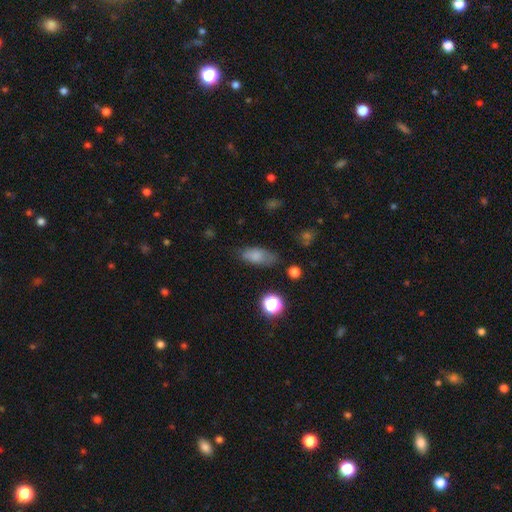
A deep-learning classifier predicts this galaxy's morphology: A smooth galaxy with no disk features (78%) that is in between round and cigar-shaped (81%).

Vote fractions:
- Smooth or featured? smooth: 78% / featured or disk: 11% / star or artifact: 11%
- How rounded? in between: 81% / cigar-shaped: 13% / round: 5%
- Merging? none: 66% / minor disturbance: 23% / major disturbance: 8% / merger: 3%